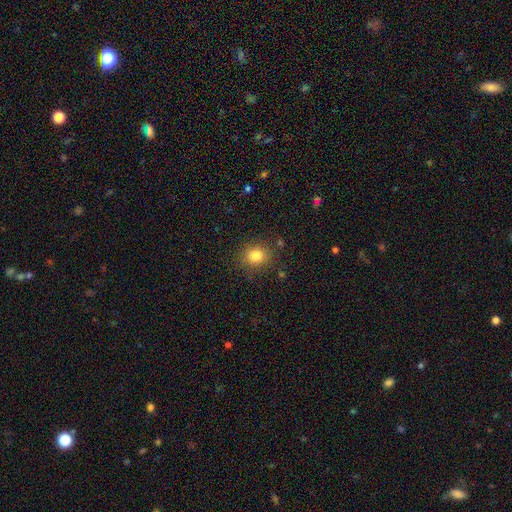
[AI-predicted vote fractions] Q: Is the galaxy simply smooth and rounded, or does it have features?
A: smooth — 82%.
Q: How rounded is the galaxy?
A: round — 72%.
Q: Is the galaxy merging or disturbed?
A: none — 86%.